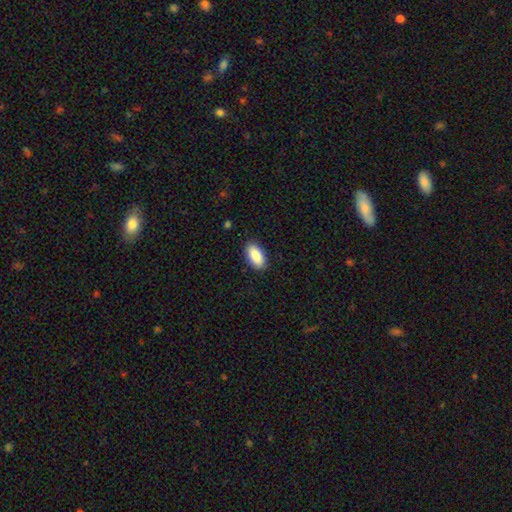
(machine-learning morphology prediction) Smooth or featured?
  - smooth: 88% *
  - star or artifact: 6%
  - featured or disk: 5%
How rounded?
  - in between: 93% *
  - cigar-shaped: 4%
  - round: 2%
Merging?
  - none: 88% *
  - minor disturbance: 9%
  - major disturbance: 2%
  - merger: 1%